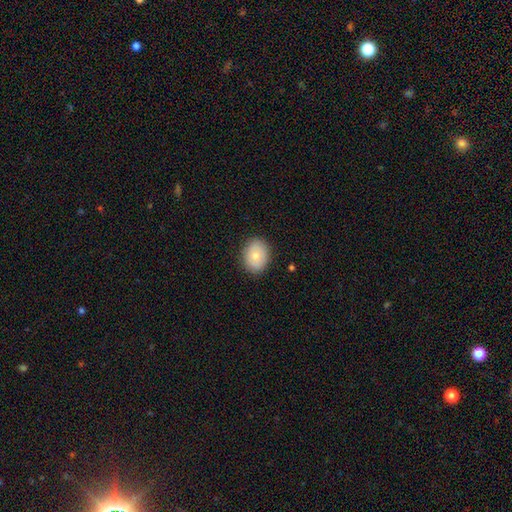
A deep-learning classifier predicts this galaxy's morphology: Smooth or featured: smooth — 79% (featured or disk — 14%)
How rounded: in between — 57% (round — 42%)
Merging: none — 87% (minor disturbance — 10%)